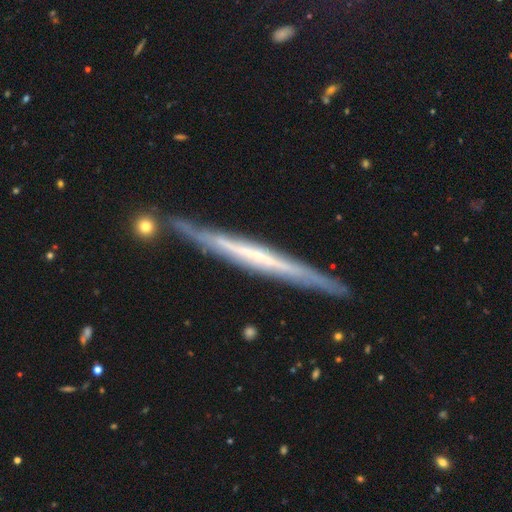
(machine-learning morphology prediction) Overall: featured or disk (72%). Edge-on disk: yes (95%). Edge-on bulge: none (82%). Merging: none (84%).